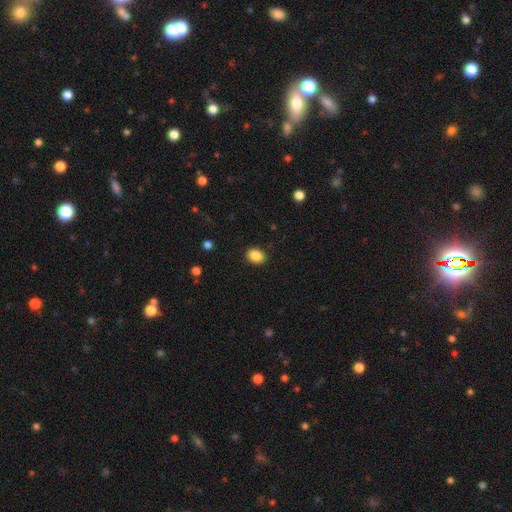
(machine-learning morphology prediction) Q: Smooth or featured?
A: smooth (87%); runner-up: star or artifact (9%)
Q: How rounded?
A: round (50%); runner-up: in between (49%)
Q: Merging?
A: none (89%); runner-up: minor disturbance (8%)